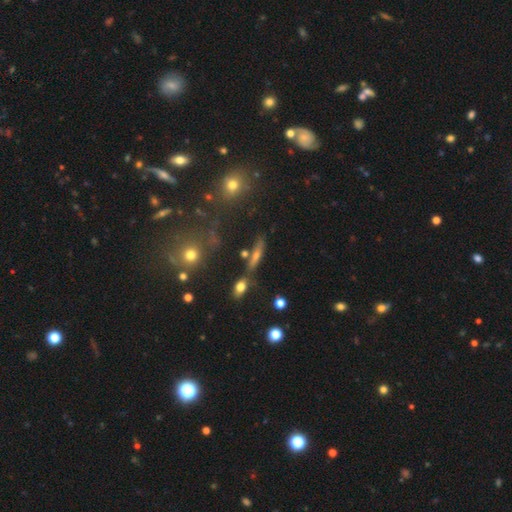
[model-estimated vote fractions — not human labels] Overall: featured or disk (43%; smooth 41%). Merging: none (68%).